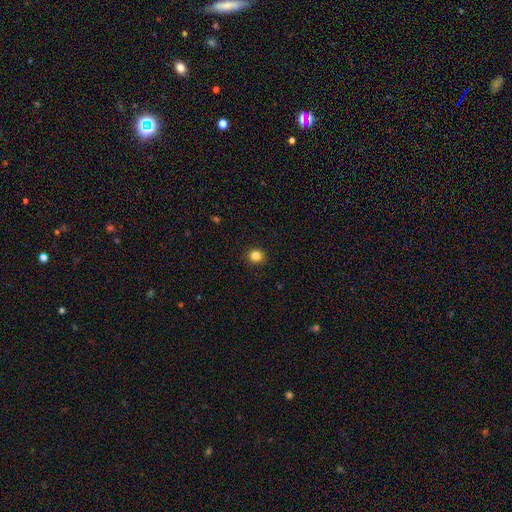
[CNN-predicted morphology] type=smooth (83%); roundness=round (88%); merging=none (92%).